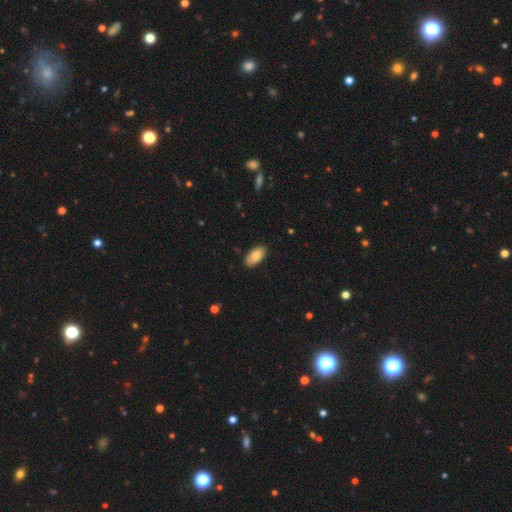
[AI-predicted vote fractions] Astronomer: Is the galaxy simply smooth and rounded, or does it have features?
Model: smooth — 80%.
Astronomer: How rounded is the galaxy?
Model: in between — 94%.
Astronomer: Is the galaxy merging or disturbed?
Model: none — 86%.